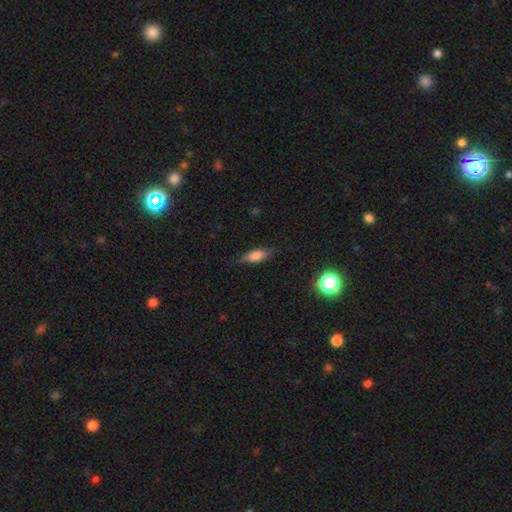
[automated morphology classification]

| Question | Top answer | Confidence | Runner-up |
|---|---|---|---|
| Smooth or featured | smooth | 67% | featured or disk (25%) |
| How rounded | in between | 59% | cigar-shaped (37%) |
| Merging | none | 79% | minor disturbance (16%) |